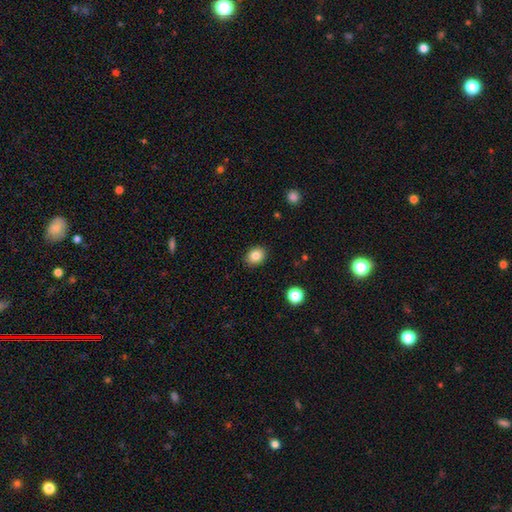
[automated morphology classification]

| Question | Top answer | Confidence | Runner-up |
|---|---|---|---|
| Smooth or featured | smooth | 84% | star or artifact (9%) |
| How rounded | in between | 54% | round (45%) |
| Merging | none | 88% | minor disturbance (8%) |